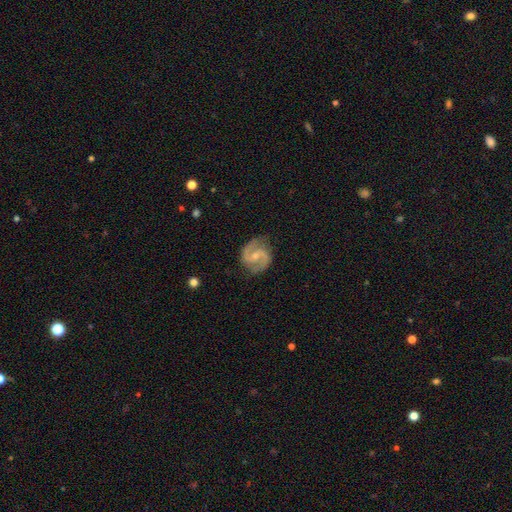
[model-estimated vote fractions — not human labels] smooth_or_featured: featured or disk (p=0.91) [alt: smooth p=0.05]
disk_edge_on: no (p=0.98) [alt: yes p=0.02]
bar: weak (p=0.50) [alt: no p=0.36]
has_spiral_arms: yes (p=0.98) [alt: no p=0.02]
spiral_winding: medium (p=0.62) [alt: tight p=0.24]
spiral_arm_count: 2 (p=0.94) [alt: can't tell p=0.02]
bulge_size: small (p=0.52) [alt: moderate p=0.39]
merging: none (p=0.83) [alt: minor disturbance p=0.13]